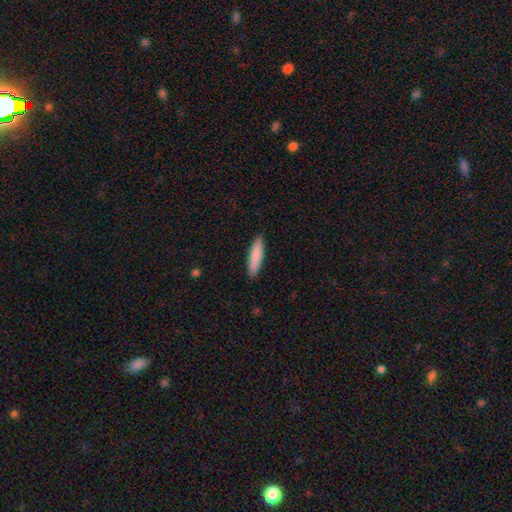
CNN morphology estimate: A smooth galaxy with no disk features (85%) that is cigar-shaped (73%). Merging: none (89%).